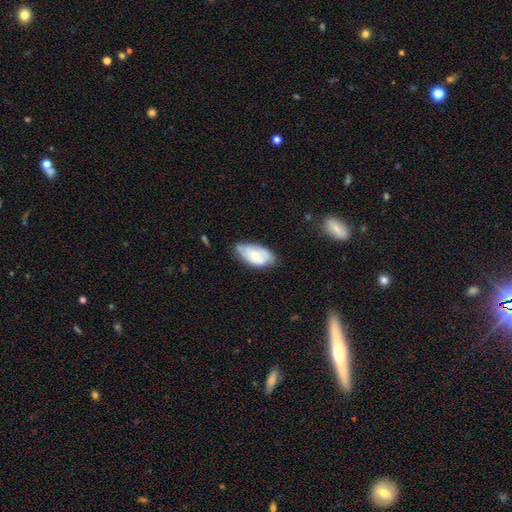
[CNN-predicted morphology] Smooth or featured? Predicted: smooth (p=0.50). Merging? Predicted: none (p=0.61).